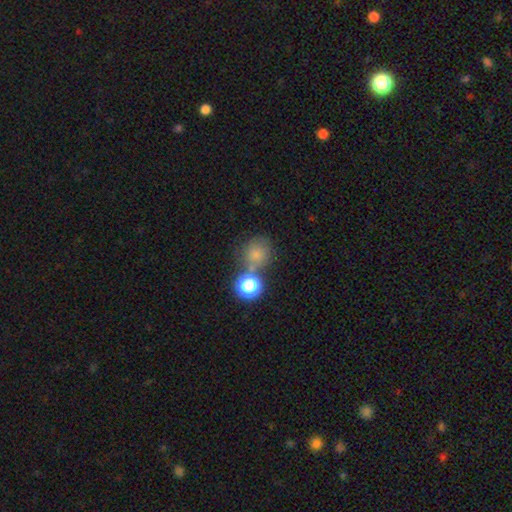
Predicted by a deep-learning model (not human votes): smooth-or-featured: smooth: 74% | star or artifact: 17% | featured or disk: 9%
  how-rounded: round: 86% | in between: 13% | cigar-shaped: 1%
  merging: none: 59% | merger: 23% | minor disturbance: 13% | major disturbance: 6%